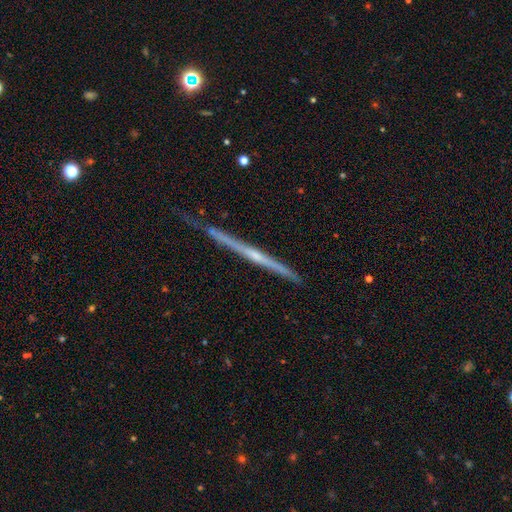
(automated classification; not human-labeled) smooth-or-featured: featured or disk: 79% | smooth: 15% | star or artifact: 6%
  disk-edge-on: yes: 98% | no: 2%
    edge-on-bulge: rounded: 50% | none: 45% | boxy: 5%
  merging: none: 79% | minor disturbance: 17% | major disturbance: 2% | merger: 2%